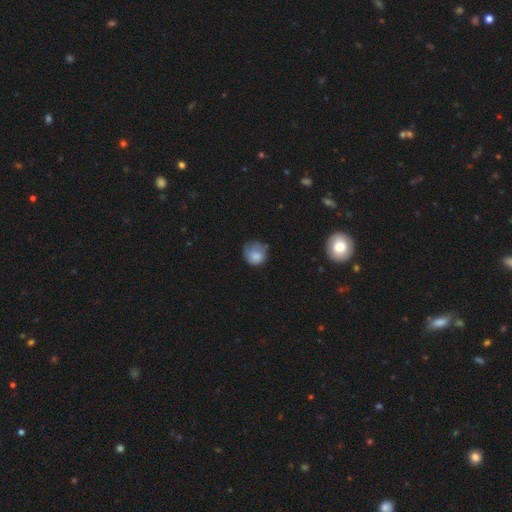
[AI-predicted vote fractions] smooth-or-featured: smooth: 80% | featured or disk: 11% | star or artifact: 9%
  how-rounded: round: 85% | in between: 15% | cigar-shaped: 1%
  merging: none: 54% | minor disturbance: 32% | major disturbance: 12% | merger: 2%